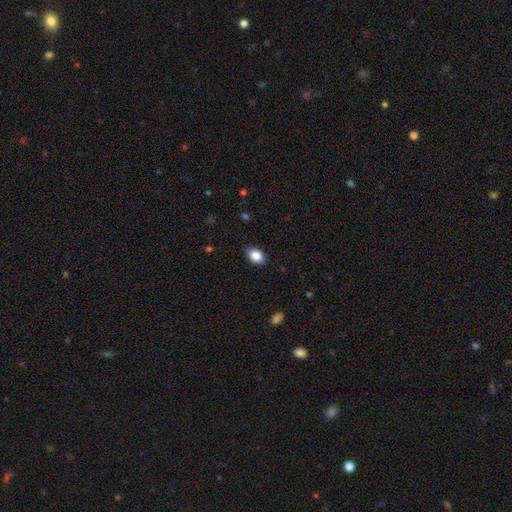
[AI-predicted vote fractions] This is clearly a smooth galaxy (87%). How rounded: likely in between (75%). Merging: clearly none (87%).